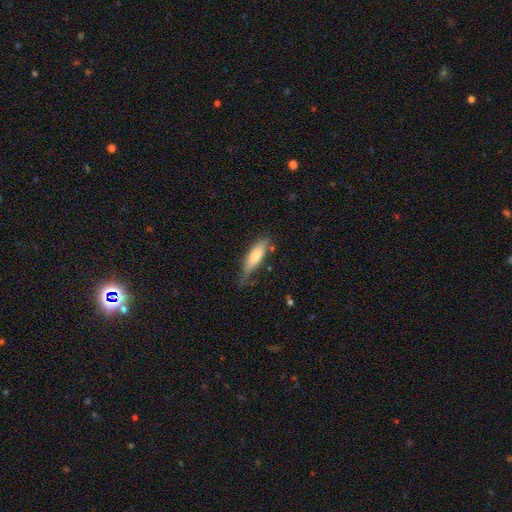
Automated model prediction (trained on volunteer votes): A smooth galaxy with no disk features (68%) that is cigar-shaped (58%). Merging: none (57%).